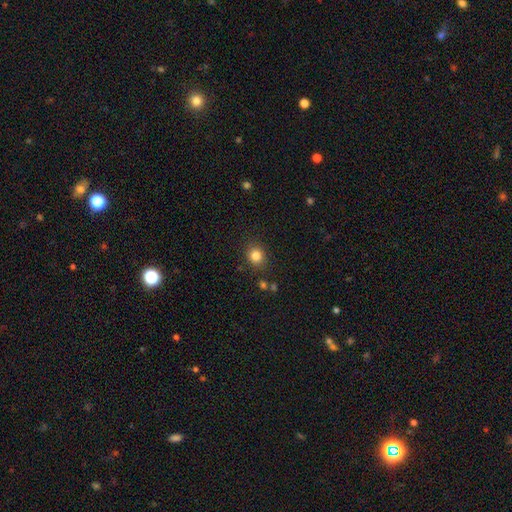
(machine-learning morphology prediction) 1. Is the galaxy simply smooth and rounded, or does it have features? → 83% smooth, 12% star or artifact, 5% featured or disk.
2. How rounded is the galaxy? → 80% round, 19% in between, 1% cigar-shaped.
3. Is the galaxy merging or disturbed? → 86% none, 8% minor disturbance, 3% major disturbance, 3% merger.